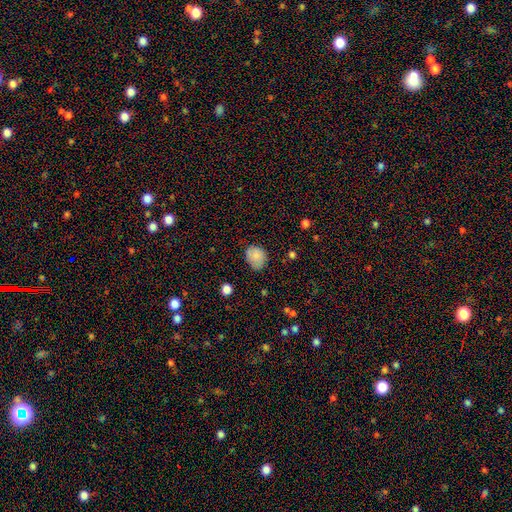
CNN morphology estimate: Smooth or featured? Predicted: smooth (p=0.83). How rounded? Predicted: in between (p=0.52). Merging? Predicted: none (p=0.65).